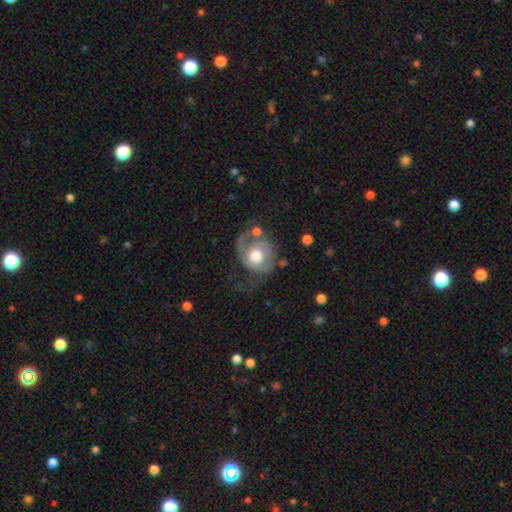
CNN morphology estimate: featured or disk 68%, smooth 26%, star or artifact 6%. Down the decision tree: edge-on disk — no (97%); bar — no (77%); spiral arms — yes (81%); spiral arm count — 2 (55%); spiral winding — medium (40%); bulge size — moderate (60%); merging — major disturbance (36%).